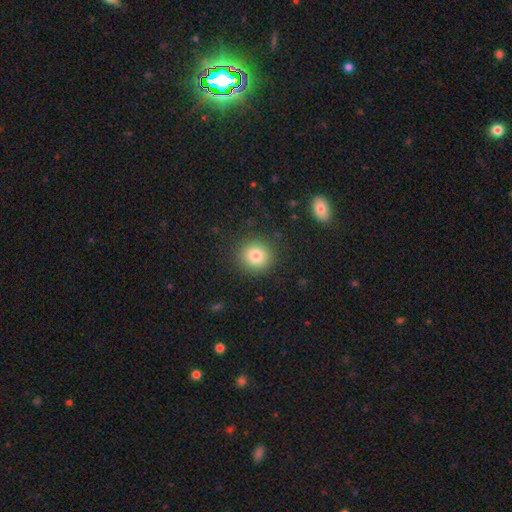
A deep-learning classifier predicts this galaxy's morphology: smooth 81%, star or artifact 11%, featured or disk 8%. Down the decision tree: how rounded — round (90%); merging — none (88%).